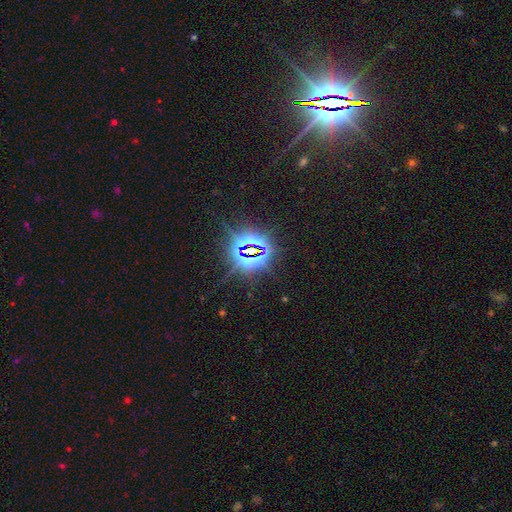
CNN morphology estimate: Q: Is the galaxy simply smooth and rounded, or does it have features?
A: star or artifact — 84%.